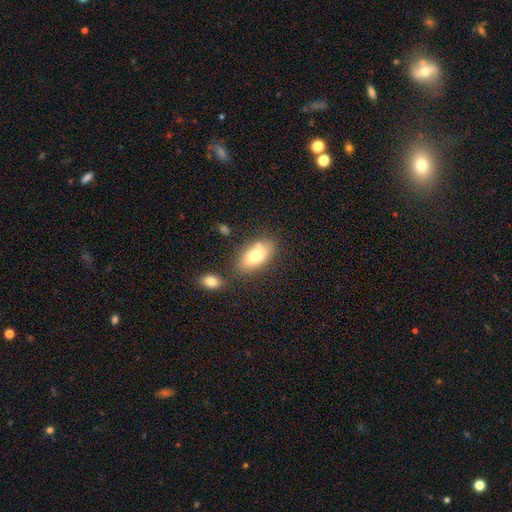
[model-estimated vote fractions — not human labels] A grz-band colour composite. It shows a smooth galaxy with no disk features (76%) that is in between round and cigar-shaped (89%). Merging: none (70%).